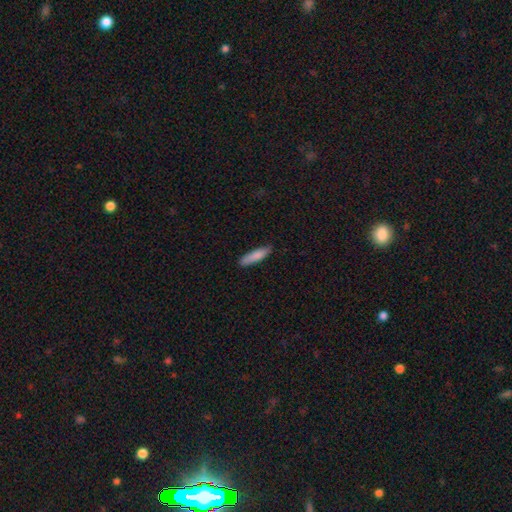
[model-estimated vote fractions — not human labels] Q: Smooth or featured?
A: smooth (84%); runner-up: featured or disk (10%)
Q: How rounded?
A: cigar-shaped (76%); runner-up: in between (23%)
Q: Merging?
A: none (85%); runner-up: minor disturbance (12%)